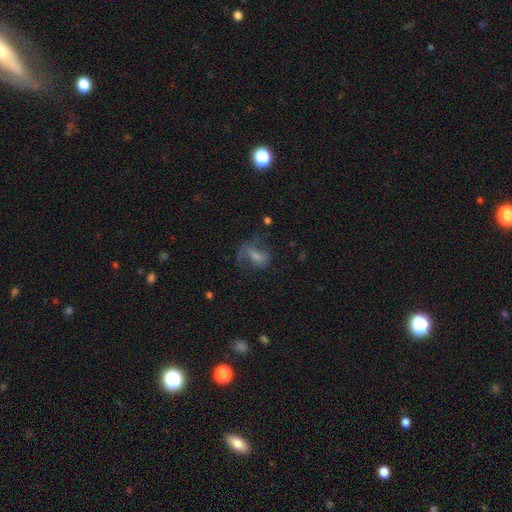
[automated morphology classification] type=featured or disk (48%); merging=none (42%).